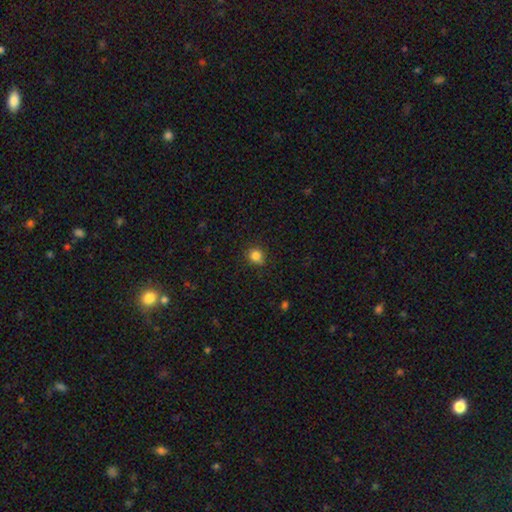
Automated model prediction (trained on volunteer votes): smooth_or_featured: smooth (p=0.83) [alt: star or artifact p=0.11]
how_rounded: round (p=0.81) [alt: in between p=0.18]
merging: none (p=0.85) [alt: minor disturbance p=0.11]